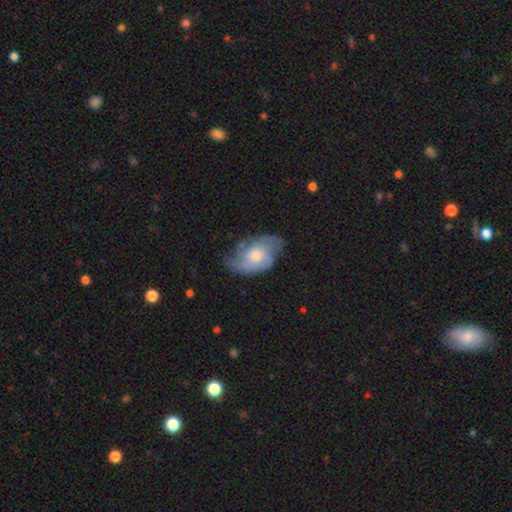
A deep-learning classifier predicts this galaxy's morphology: This is likely a featured or disk galaxy (62%). It is clearly not viewed edge-on (95%). Bar: likely no (76%). Spiral arm pattern: clearly yes (80%). Central bulge: possibly moderate (58%). Merging: possibly none (56%).